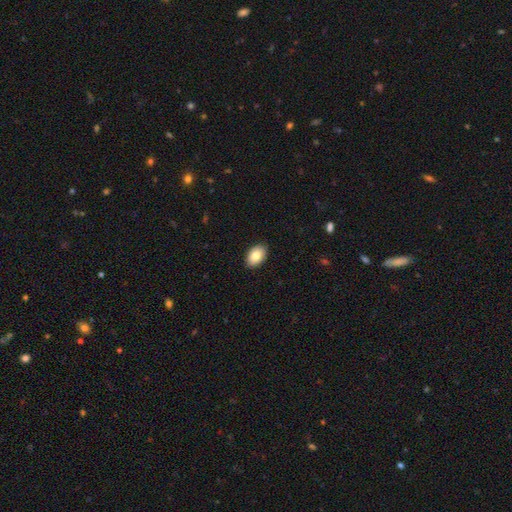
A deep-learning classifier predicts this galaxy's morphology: This is clearly a smooth galaxy (84%). How rounded: clearly in between (89%). Merging: clearly none (89%).